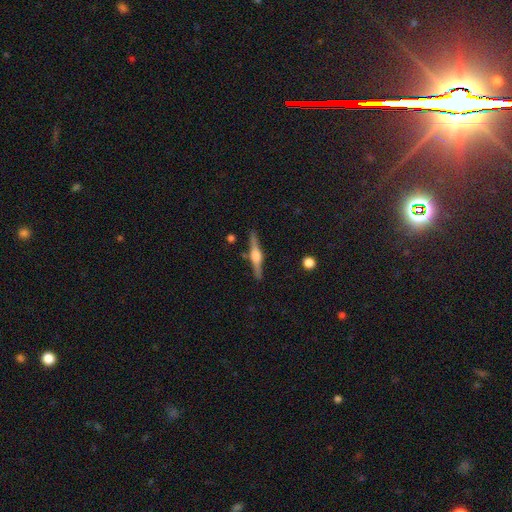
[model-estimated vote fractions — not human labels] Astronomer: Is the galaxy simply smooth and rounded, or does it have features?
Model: featured or disk — 79%.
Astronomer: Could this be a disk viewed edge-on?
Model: yes — 98%.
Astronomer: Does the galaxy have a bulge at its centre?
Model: rounded — 87%.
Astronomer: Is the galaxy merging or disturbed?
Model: none — 89%.